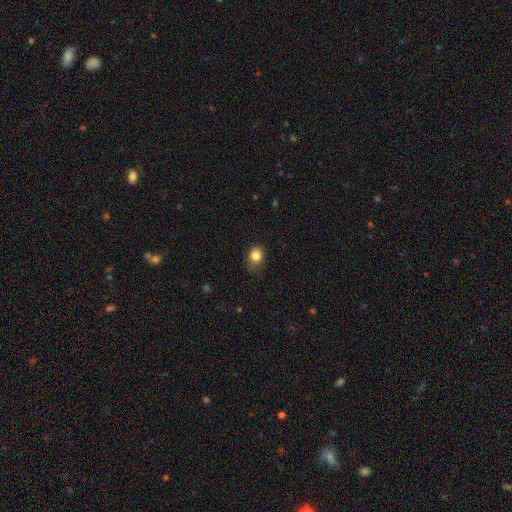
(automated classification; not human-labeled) Morphology: type=smooth (83%); roundness=round (59%); merging=none (67%).